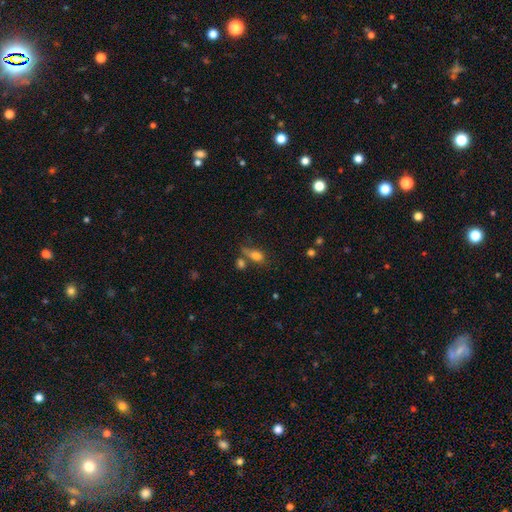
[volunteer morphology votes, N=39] type=smooth (74%); roundness=in between (79%); merging=major disturbance (36%).